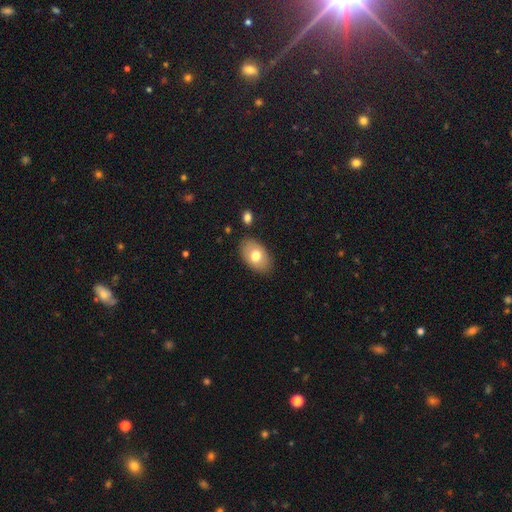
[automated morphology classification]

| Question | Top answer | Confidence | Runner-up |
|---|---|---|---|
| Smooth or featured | smooth | 71% | featured or disk (22%) |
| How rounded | in between | 90% | round (9%) |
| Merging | none | 83% | minor disturbance (12%) |